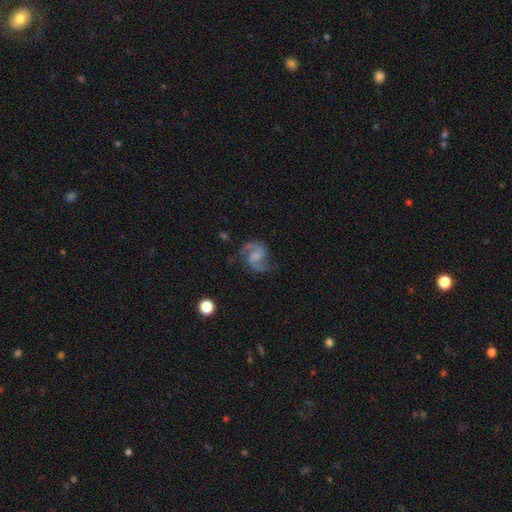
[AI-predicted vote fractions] Smooth or featured? featured or disk (86%)
Edge-on disk? no (98%)
Bar? no (48%)
Spiral arms? yes (97%)
Spiral winding? medium (56%)
Spiral arm count? 2 (92%)
Bulge size? none (53%)
Merging? none (72%)